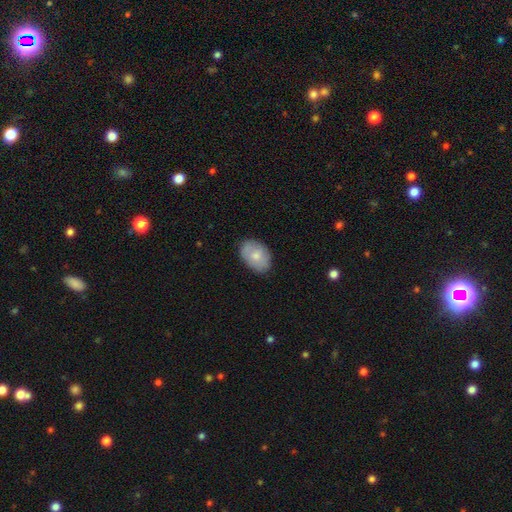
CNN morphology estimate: smooth-or-featured: smooth: 75% | featured or disk: 19% | star or artifact: 6%
  how-rounded: in between: 82% | round: 17% | cigar-shaped: 1%
  merging: none: 81% | minor disturbance: 15% | major disturbance: 3% | merger: 1%